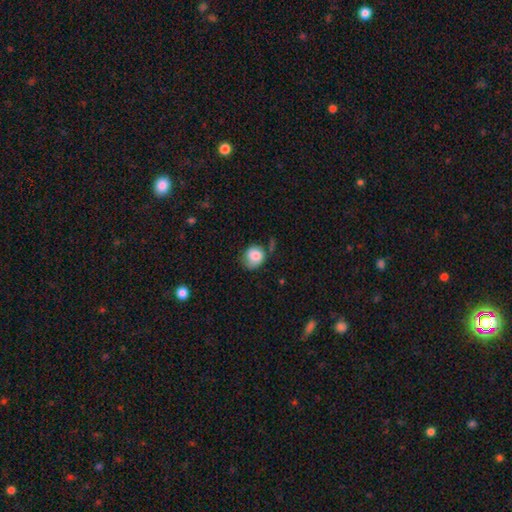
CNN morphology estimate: smooth 81%, featured or disk 11%, star or artifact 8%. Down the decision tree: how rounded — round (71%); merging — none (44%).